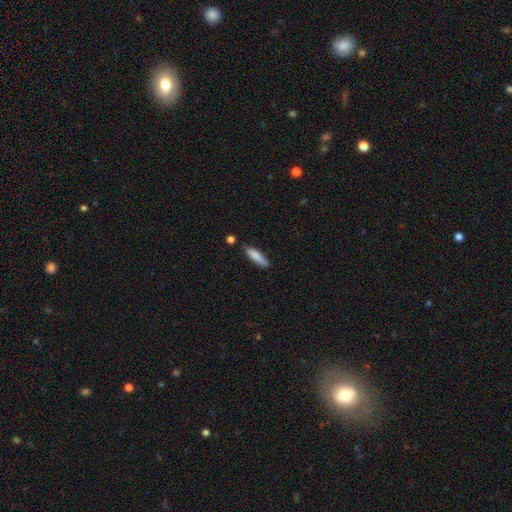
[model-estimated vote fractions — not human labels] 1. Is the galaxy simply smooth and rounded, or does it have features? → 84% smooth, 10% featured or disk, 6% star or artifact.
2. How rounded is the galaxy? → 66% cigar-shaped, 32% in between, 2% round.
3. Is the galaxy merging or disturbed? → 75% none, 18% minor disturbance, 4% merger, 3% major disturbance.